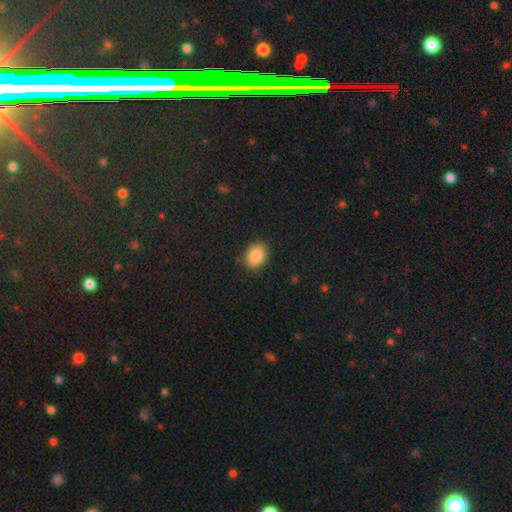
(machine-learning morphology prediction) A smooth galaxy with no disk features (87%) that is in between round and cigar-shaped (69%). Merging: none (88%).